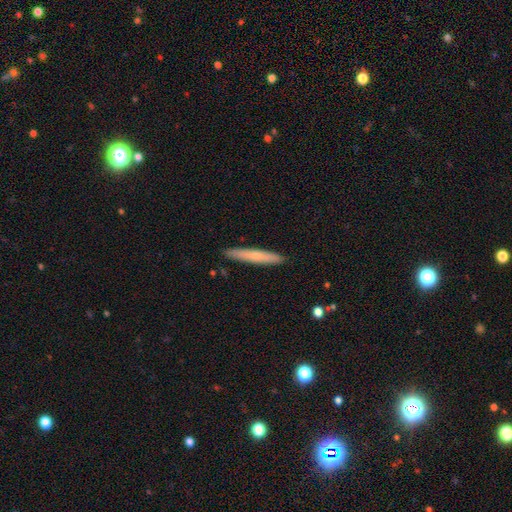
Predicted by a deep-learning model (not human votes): A smooth galaxy with no disk features (65%) that is cigar-shaped (95%). Merging: none (91%).